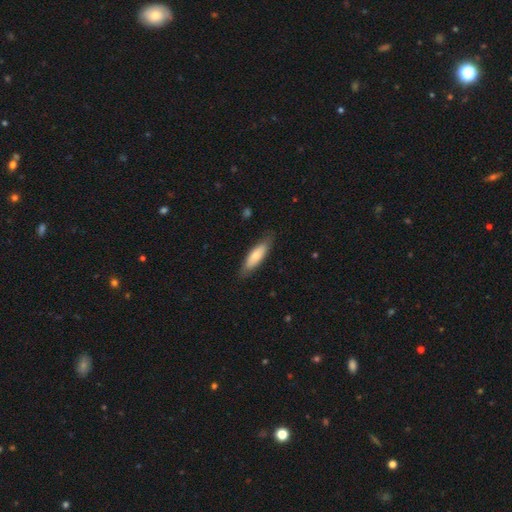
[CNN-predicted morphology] smooth-or-featured: smooth: 72% | featured or disk: 23% | star or artifact: 5%
  how-rounded: cigar-shaped: 52% | in between: 46% | round: 2%
  merging: none: 82% | minor disturbance: 14% | major disturbance: 3% | merger: 1%